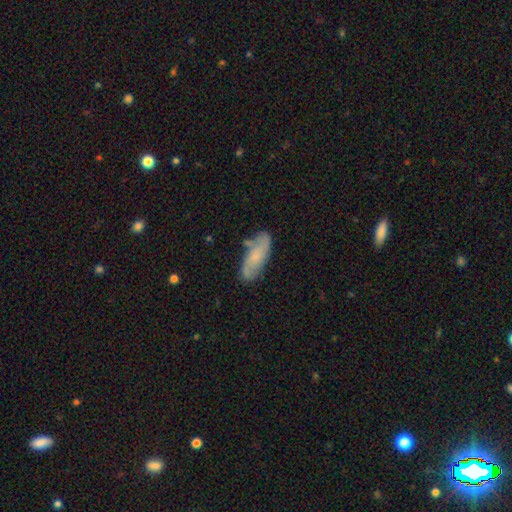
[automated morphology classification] A smooth galaxy with no disk features (52%) that is in between round and cigar-shaped (64%).

Vote fractions:
- Smooth or featured? smooth: 52% / featured or disk: 41% / star or artifact: 7%
- How rounded? in between: 64% / cigar-shaped: 34% / round: 2%
- Merging? none: 71% / minor disturbance: 20% / major disturbance: 5% / merger: 4%